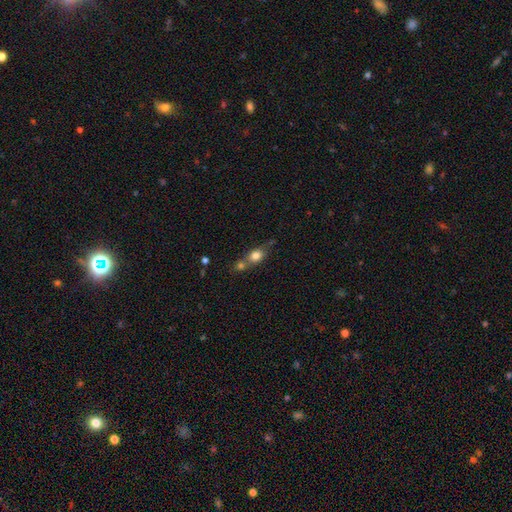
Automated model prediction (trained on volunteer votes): smooth_or_featured: smooth (p=0.75) [alt: featured or disk p=0.15]
how_rounded: round (p=0.49) [alt: in between p=0.45]
merging: merger (p=0.52) [alt: none p=0.33]